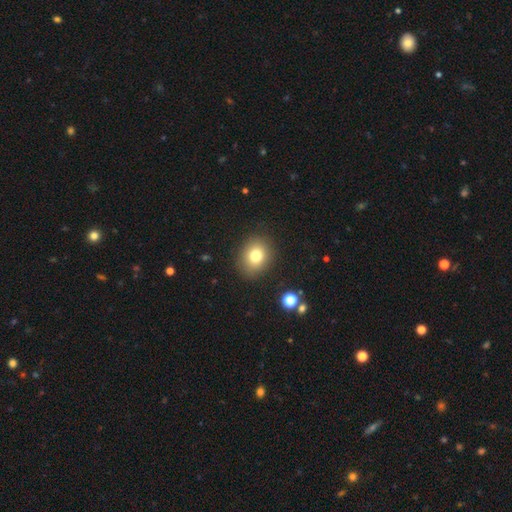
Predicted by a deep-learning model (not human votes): smooth_or_featured: smooth (p=0.78) [alt: star or artifact p=0.12]
how_rounded: round (p=0.58) [alt: in between p=0.41]
merging: none (p=0.87) [alt: minor disturbance p=0.09]